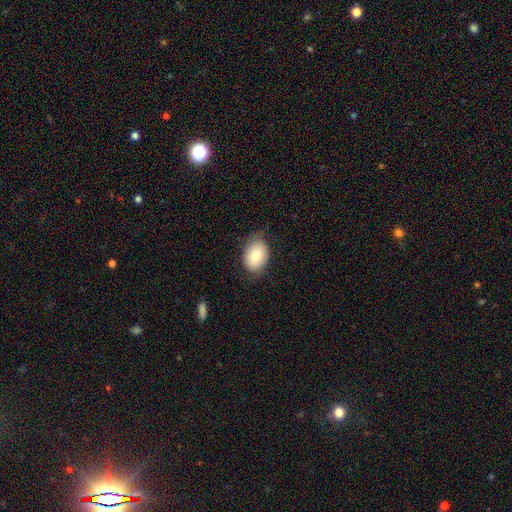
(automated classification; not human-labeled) A smooth galaxy with no disk features (79%) that is in between round and cigar-shaped (75%).

Vote fractions:
- Smooth or featured? smooth: 79% / featured or disk: 14% / star or artifact: 7%
- How rounded? in between: 75% / round: 24% / cigar-shaped: 1%
- Merging? none: 74% / minor disturbance: 20% / major disturbance: 4% / merger: 1%